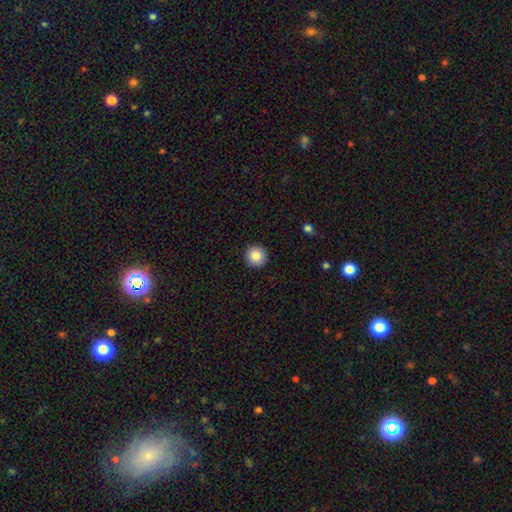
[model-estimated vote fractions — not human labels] This is clearly a smooth galaxy (87%). How rounded: clearly round (96%). Merging: clearly none (93%).